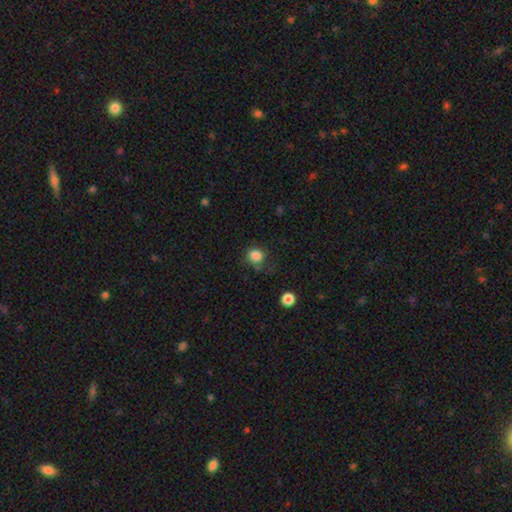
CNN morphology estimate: smooth_or_featured: smooth (p=0.83) [alt: star or artifact p=0.12]
how_rounded: round (p=0.80) [alt: in between p=0.19]
merging: none (p=0.65) [alt: minor disturbance p=0.20]